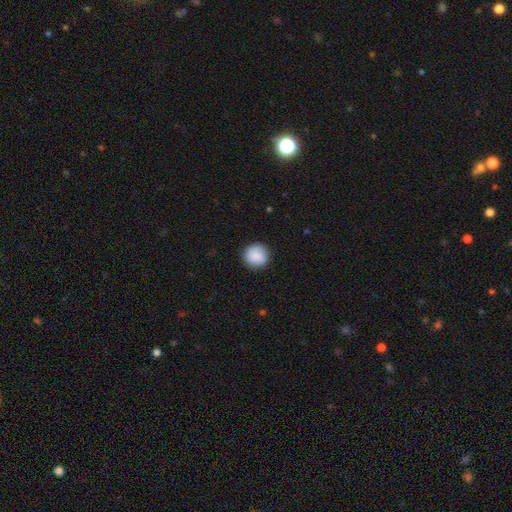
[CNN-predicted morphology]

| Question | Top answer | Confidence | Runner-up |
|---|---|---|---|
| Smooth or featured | smooth | 86% | featured or disk (7%) |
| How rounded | round | 92% | in between (7%) |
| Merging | none | 86% | minor disturbance (10%) |